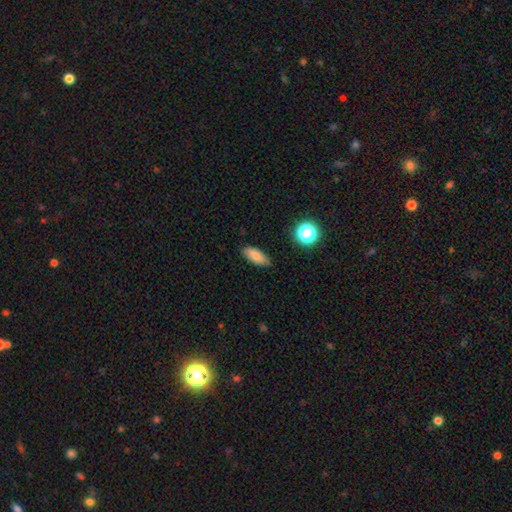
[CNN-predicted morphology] Q: Smooth or featured?
A: smooth (80%); runner-up: featured or disk (11%)
Q: How rounded?
A: in between (81%); runner-up: cigar-shaped (15%)
Q: Merging?
A: none (82%); runner-up: minor disturbance (14%)